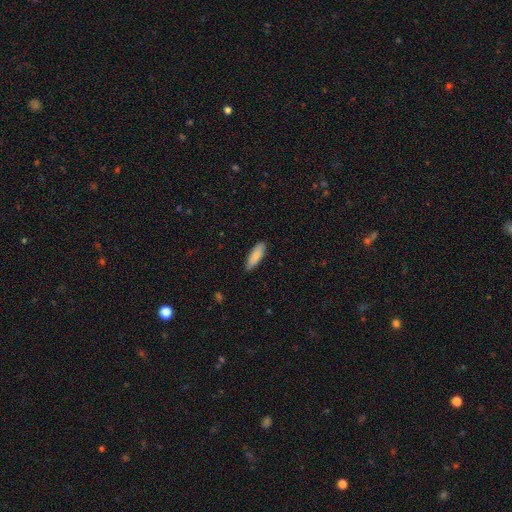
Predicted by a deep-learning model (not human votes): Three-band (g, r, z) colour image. It shows a smooth galaxy with no disk features (86%) that is in between round and cigar-shaped (54%). Merging: none (83%).